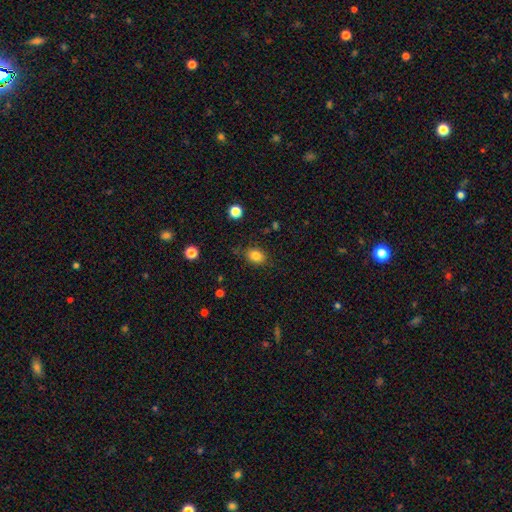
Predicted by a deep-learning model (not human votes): Smooth or featured?
  - smooth: 83% *
  - star or artifact: 11%
  - featured or disk: 7%
How rounded?
  - in between: 62% *
  - round: 37%
  - cigar-shaped: 1%
Merging?
  - none: 80% *
  - minor disturbance: 14%
  - major disturbance: 4%
  - merger: 2%